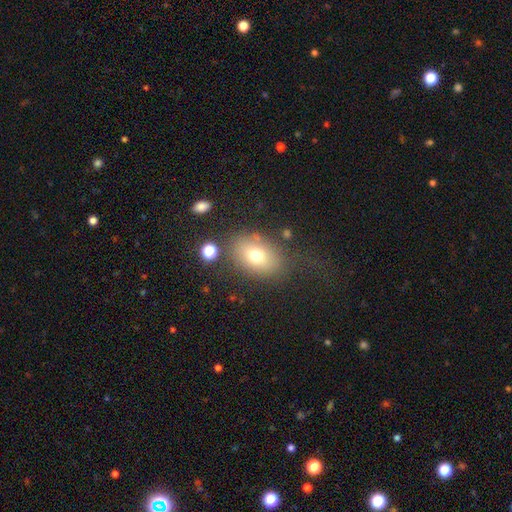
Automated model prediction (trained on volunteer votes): Q: Smooth or featured?
A: smooth (71%); runner-up: featured or disk (16%)
Q: How rounded?
A: in between (73%); runner-up: round (26%)
Q: Merging?
A: none (72%); runner-up: minor disturbance (15%)